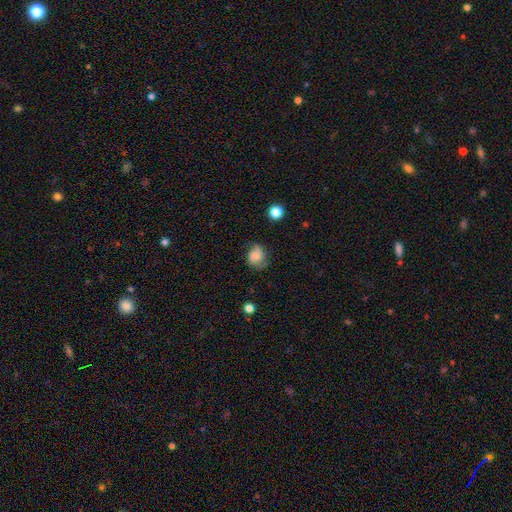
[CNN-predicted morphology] Smooth or featured?
  - smooth: 60% *
  - featured or disk: 30%
  - star or artifact: 10%
How rounded?
  - round: 62% *
  - in between: 37%
  - cigar-shaped: 1%
Merging?
  - none: 55% *
  - minor disturbance: 30%
  - major disturbance: 13%
  - merger: 2%